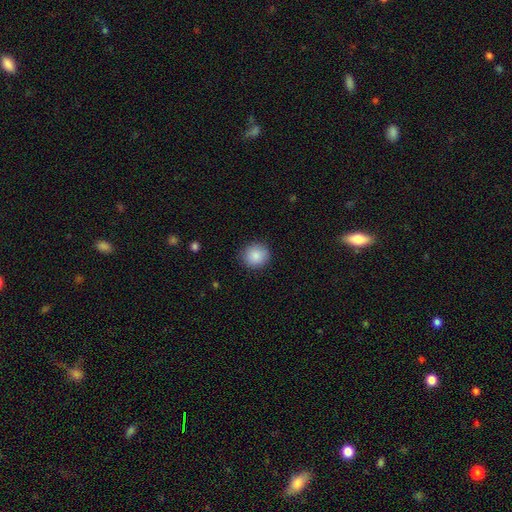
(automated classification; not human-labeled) Smooth or featured?
  - smooth: 88% *
  - star or artifact: 8%
  - featured or disk: 4%
How rounded?
  - round: 88% *
  - in between: 11%
  - cigar-shaped: 1%
Merging?
  - none: 89% *
  - minor disturbance: 8%
  - major disturbance: 2%
  - merger: 1%